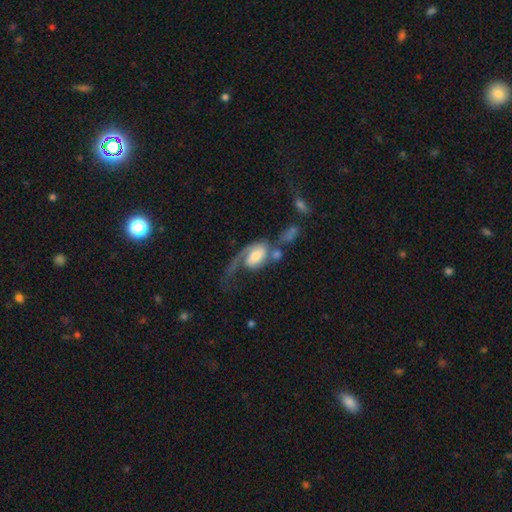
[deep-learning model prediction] This appears to be a featured or disk galaxy (69%) with no bar (48%), 1 (59%) loose (57%) spiral arms (88%) and a moderate central bulge (45%). Merging: major disturbance (37%).